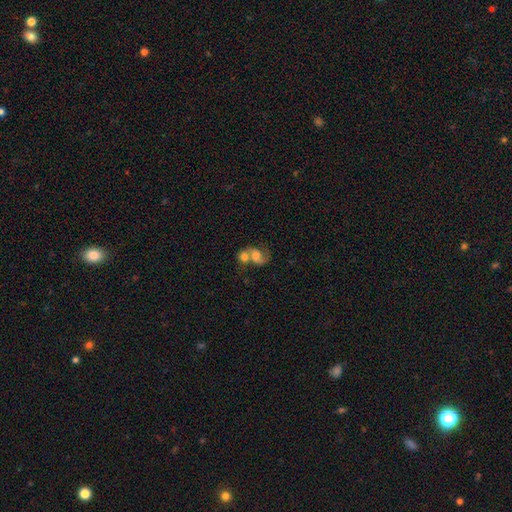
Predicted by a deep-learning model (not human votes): smooth-or-featured: featured or disk: 57% | smooth: 34% | star or artifact: 9%
  disk-edge-on: no: 97% | yes: 3%
    bar: no: 65% | weak: 28% | strong: 7%
    has-spiral-arms: yes: 82% | no: 18%
    bulge-size: moderate: 48% | large: 21% | small: 18% | none: 9% | dominant: 3%
  merging: merger: 64% | none: 20% | minor disturbance: 8% | major disturbance: 8%